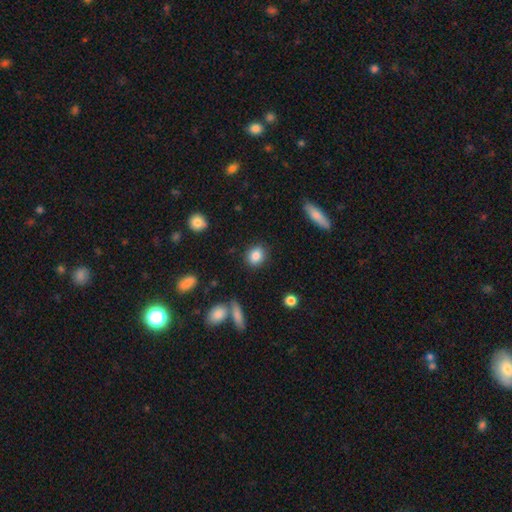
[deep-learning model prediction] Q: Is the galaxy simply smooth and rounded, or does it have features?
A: smooth — 85%.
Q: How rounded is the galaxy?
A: round — 59%.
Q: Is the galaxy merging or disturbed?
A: none — 87%.